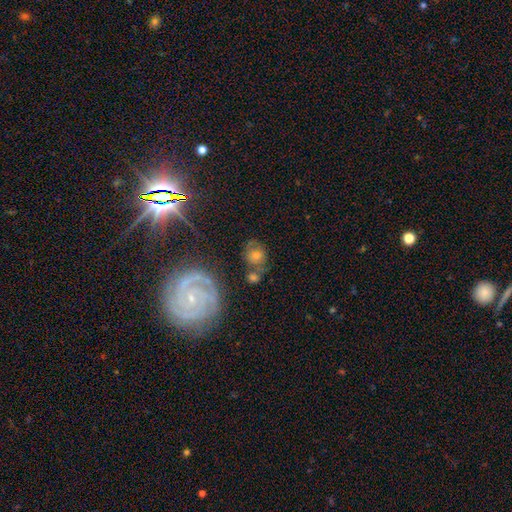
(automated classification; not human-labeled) smooth-or-featured: featured or disk: 44% | smooth: 39% | star or artifact: 17%
  merging: none: 66% | minor disturbance: 16% | merger: 11% | major disturbance: 7%